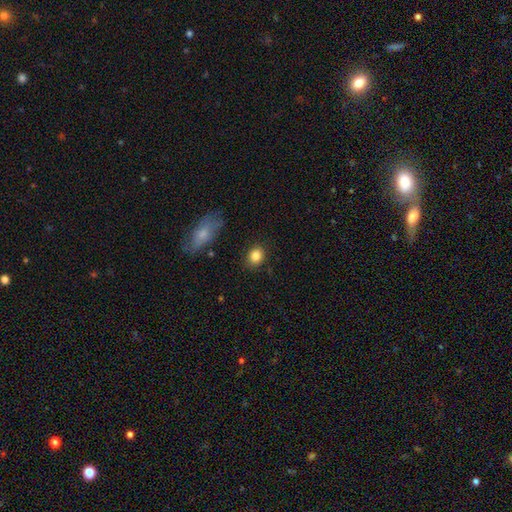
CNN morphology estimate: This appears to be a smooth galaxy with no disk features (85%) that is round (53%). Merging: none (86%).